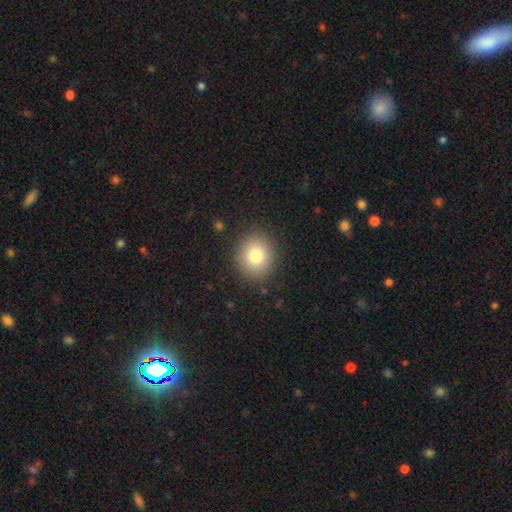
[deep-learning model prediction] Smooth or featured? smooth (80%)
How rounded? round (82%)
Merging? none (89%)